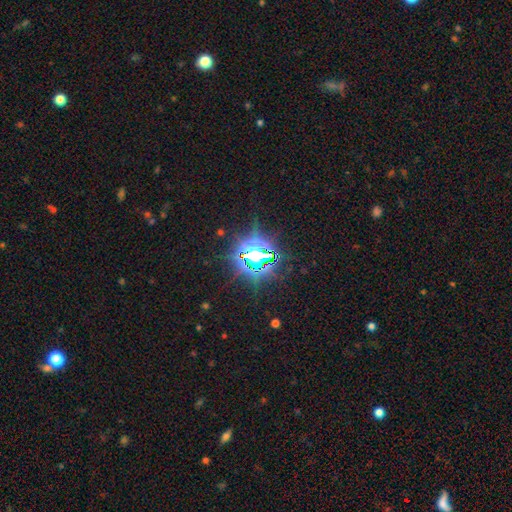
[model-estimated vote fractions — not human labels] Smooth or featured?
  - star or artifact: 77% *
  - smooth: 14%
  - featured or disk: 9%